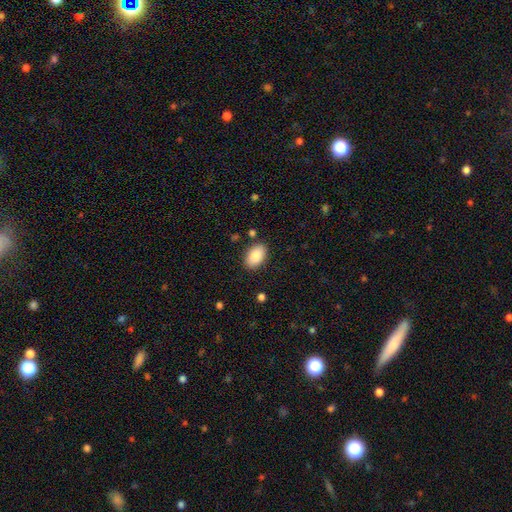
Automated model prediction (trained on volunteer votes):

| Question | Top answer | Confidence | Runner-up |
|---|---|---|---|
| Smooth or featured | smooth | 87% | featured or disk (7%) |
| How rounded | in between | 92% | round (6%) |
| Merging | none | 86% | minor disturbance (10%) |